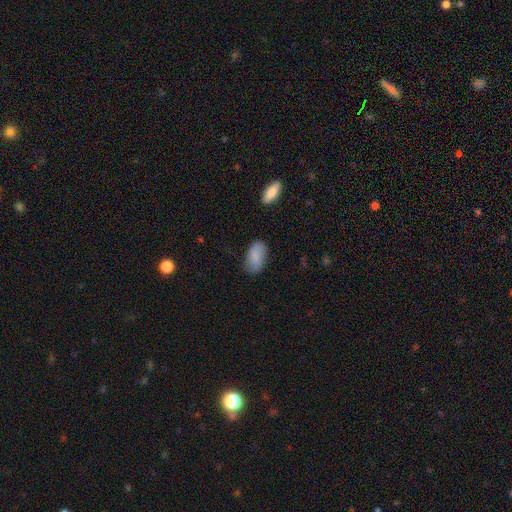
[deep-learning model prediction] This appears to be a smooth galaxy with no disk features (86%) that is in between round and cigar-shaped (94%). Merging: none (79%).